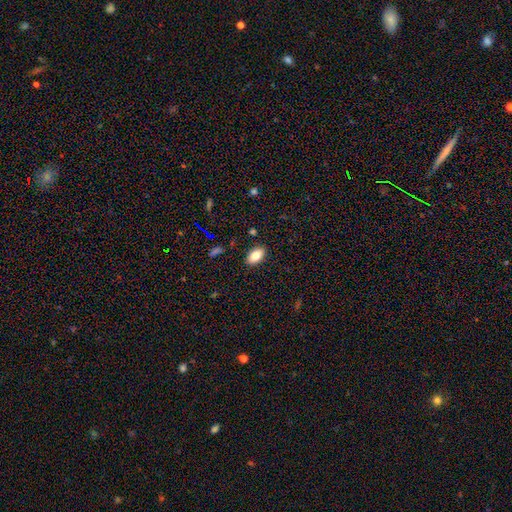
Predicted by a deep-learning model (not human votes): Morphology: type=smooth (81%); roundness=in between (92%); merging=none (88%).